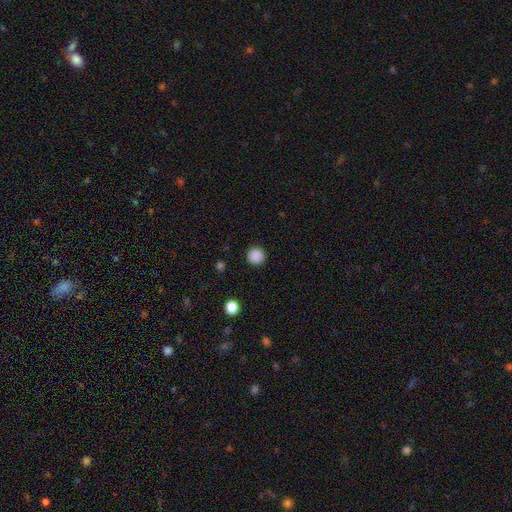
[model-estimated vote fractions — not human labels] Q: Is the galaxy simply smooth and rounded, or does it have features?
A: smooth — 88%.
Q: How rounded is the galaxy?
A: round — 95%.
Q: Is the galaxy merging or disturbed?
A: none — 92%.